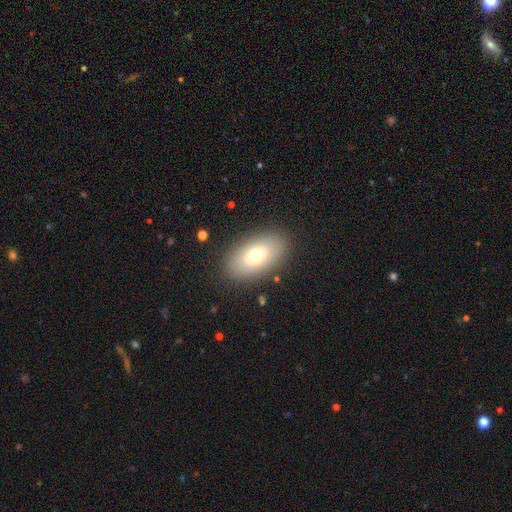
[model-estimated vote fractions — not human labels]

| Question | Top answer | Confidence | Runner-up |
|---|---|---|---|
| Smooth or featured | smooth | 67% | featured or disk (25%) |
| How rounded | in between | 91% | round (7%) |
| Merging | none | 85% | minor disturbance (10%) |